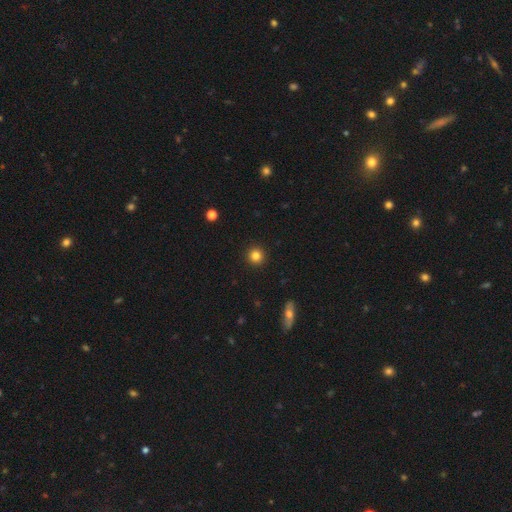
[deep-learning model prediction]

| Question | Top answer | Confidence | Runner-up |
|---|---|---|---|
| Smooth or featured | smooth | 83% | star or artifact (12%) |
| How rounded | round | 94% | in between (5%) |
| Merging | none | 93% | minor disturbance (5%) |